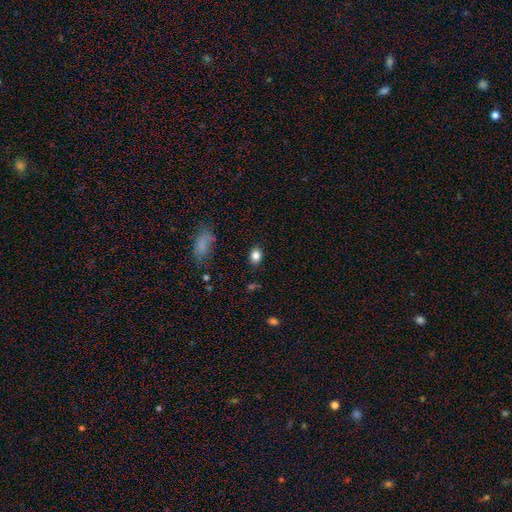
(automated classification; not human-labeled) This appears to be a smooth galaxy with no disk features (84%) that is in between round and cigar-shaped (53%). Merging: none (86%).